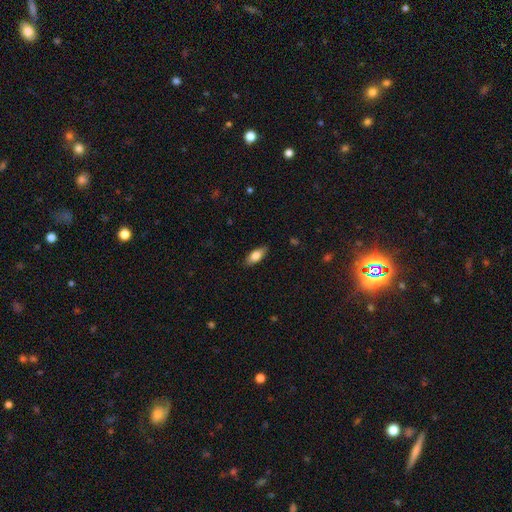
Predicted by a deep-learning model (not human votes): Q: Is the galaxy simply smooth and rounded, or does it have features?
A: smooth — 78%.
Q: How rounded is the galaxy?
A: in between — 83%.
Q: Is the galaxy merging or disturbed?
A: none — 87%.